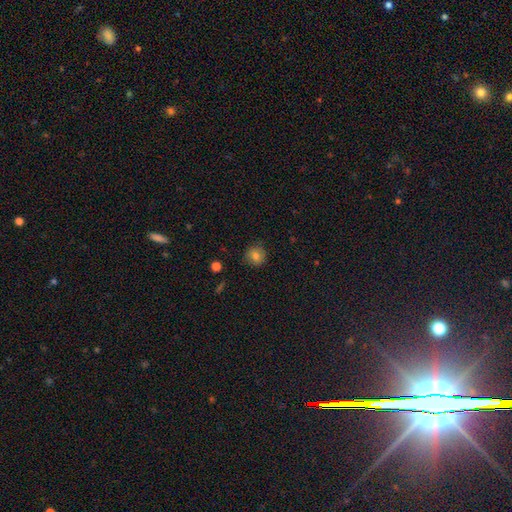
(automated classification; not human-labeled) smooth_or_featured: smooth (p=0.80) [alt: star or artifact p=0.11]
how_rounded: round (p=0.90) [alt: in between p=0.09]
merging: none (p=0.85) [alt: minor disturbance p=0.11]